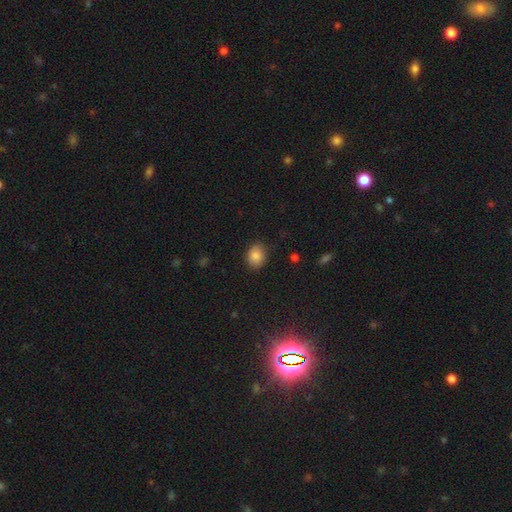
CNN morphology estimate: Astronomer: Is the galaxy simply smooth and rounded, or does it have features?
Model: smooth — 84%.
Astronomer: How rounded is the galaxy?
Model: in between — 52% (runner-up: round, 47%).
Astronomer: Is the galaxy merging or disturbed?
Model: none — 82%.